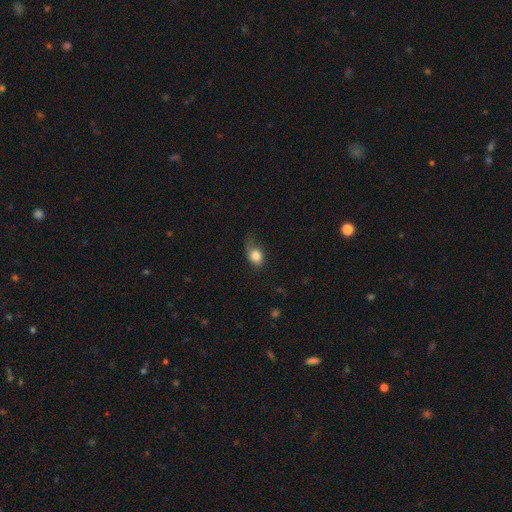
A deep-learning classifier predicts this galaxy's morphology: smooth 80%, featured or disk 11%, star or artifact 9%. Down the decision tree: how rounded — in between (62%); merging — none (39%).